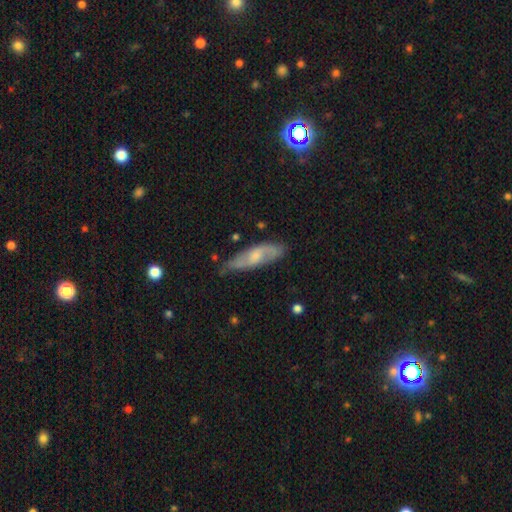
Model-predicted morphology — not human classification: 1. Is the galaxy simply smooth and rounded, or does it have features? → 51% featured or disk, 42% smooth, 7% star or artifact.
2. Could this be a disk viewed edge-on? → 72% no, 28% yes.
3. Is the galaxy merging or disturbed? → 63% none, 28% minor disturbance, 7% major disturbance, 2% merger.